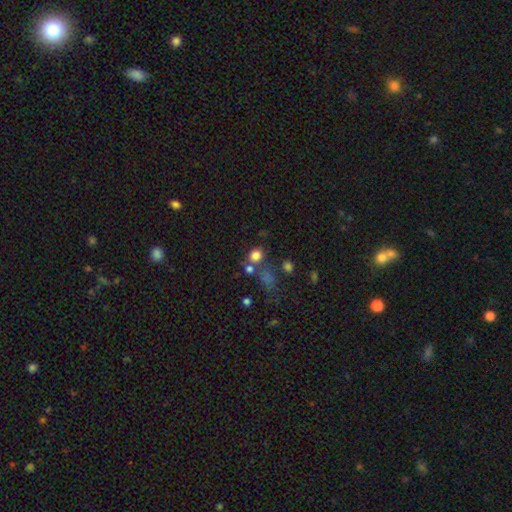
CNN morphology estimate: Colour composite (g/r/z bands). It shows a smooth galaxy with no disk features (78%) that is round (73%). Merging: none (61%).